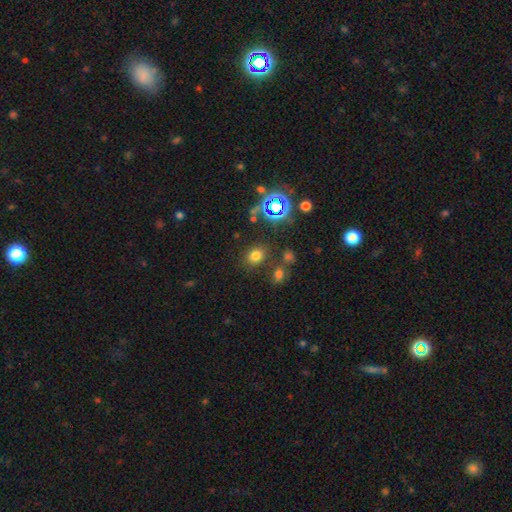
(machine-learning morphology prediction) A smooth galaxy with no disk features (71%) that is round (50%). Merging: none (79%).